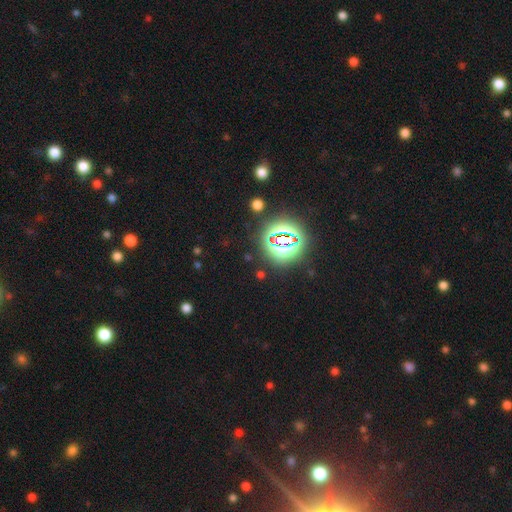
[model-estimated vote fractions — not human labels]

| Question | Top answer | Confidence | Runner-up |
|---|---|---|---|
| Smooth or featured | star or artifact | 81% | smooth (11%) |